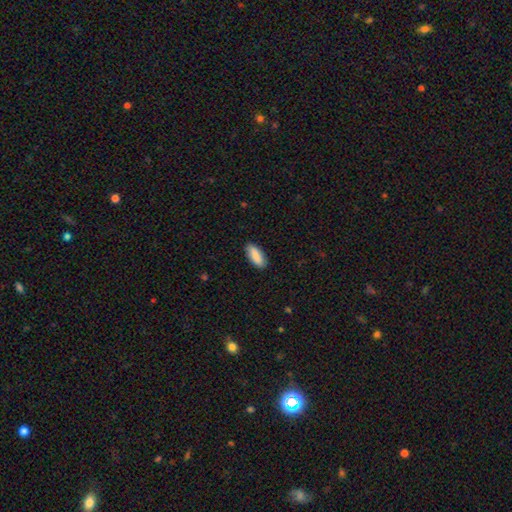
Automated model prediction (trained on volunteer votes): A smooth galaxy with no disk features (89%) that is in between round and cigar-shaped (82%).

Vote fractions:
- Smooth or featured? smooth: 89% / star or artifact: 6% / featured or disk: 5%
- How rounded? in between: 82% / cigar-shaped: 16% / round: 2%
- Merging? none: 89% / minor disturbance: 9% / major disturbance: 2% / merger: 1%